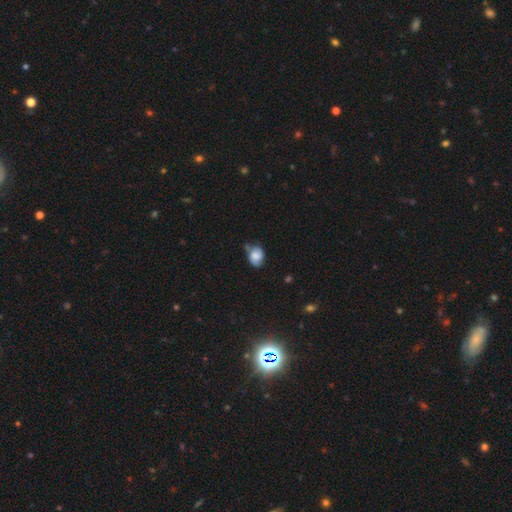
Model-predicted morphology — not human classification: Smooth or featured?
  - smooth: 57% *
  - featured or disk: 33%
  - star or artifact: 10%
How rounded?
  - in between: 61% *
  - round: 37%
  - cigar-shaped: 1%
Merging?
  - none: 48% *
  - minor disturbance: 34%
  - major disturbance: 10%
  - merger: 8%